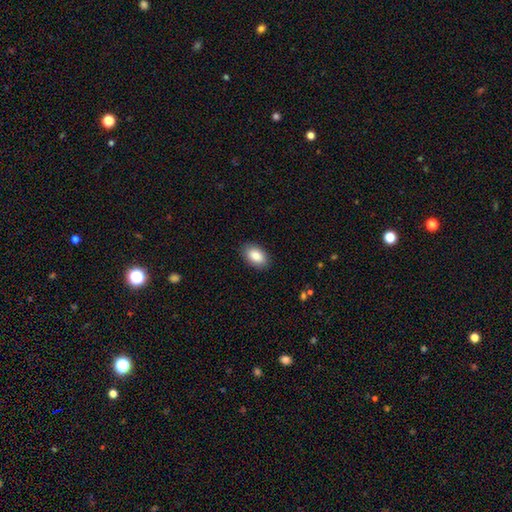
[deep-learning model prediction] A smooth galaxy with no disk features (86%) that is in between round and cigar-shaped (91%). Merging: none (88%).